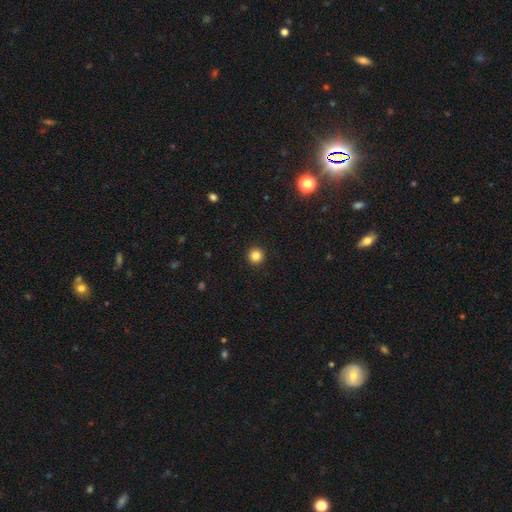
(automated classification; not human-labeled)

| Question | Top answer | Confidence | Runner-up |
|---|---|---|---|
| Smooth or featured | smooth | 85% | star or artifact (11%) |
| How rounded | round | 96% | in between (3%) |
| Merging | none | 94% | minor disturbance (4%) |